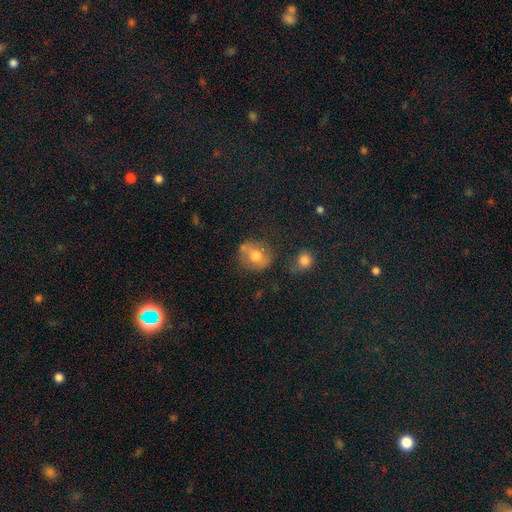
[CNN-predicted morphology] Smooth or featured? smooth (65%)
How rounded? round (73%)
Merging? none (65%)